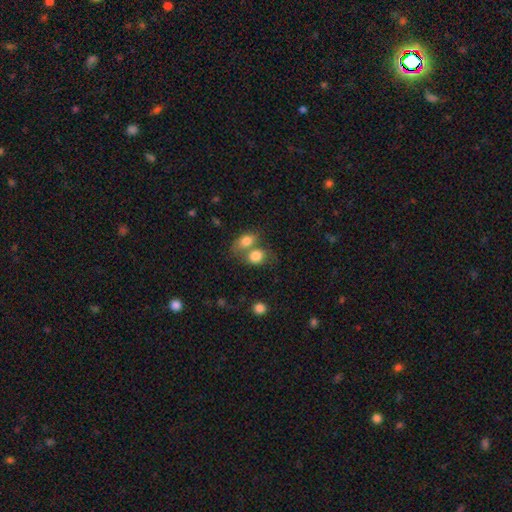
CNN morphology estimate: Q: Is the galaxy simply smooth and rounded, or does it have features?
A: smooth — 82%.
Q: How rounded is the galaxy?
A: in between — 61%.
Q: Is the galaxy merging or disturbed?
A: merger — 55%.